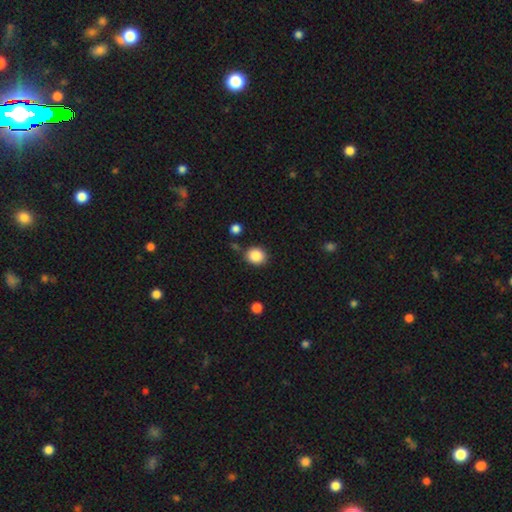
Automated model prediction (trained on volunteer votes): Smooth or featured? smooth (87%)
How rounded? round (66%)
Merging? none (81%)